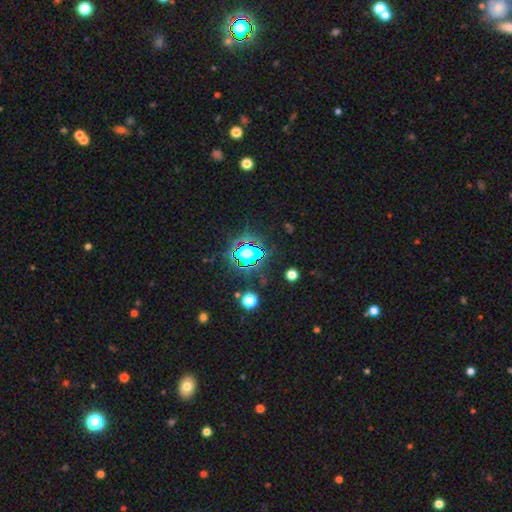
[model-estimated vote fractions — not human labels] Overall: star or artifact (75%).